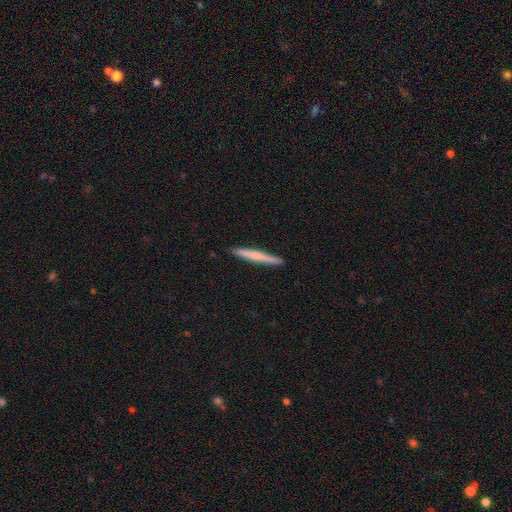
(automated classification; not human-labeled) A smooth galaxy with no disk features (62%) that is cigar-shaped (97%).

Vote fractions:
- Smooth or featured? smooth: 62% / featured or disk: 33% / star or artifact: 5%
- How rounded? cigar-shaped: 97% / in between: 2% / round: 1%
- Merging? none: 92% / minor disturbance: 6% / major disturbance: 1% / merger: 1%